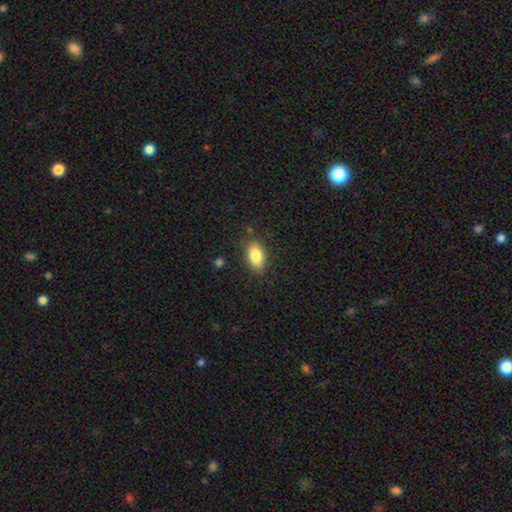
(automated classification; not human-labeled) This appears to be a smooth galaxy with no disk features (84%) that is in between round and cigar-shaped (90%). Merging: none (82%).